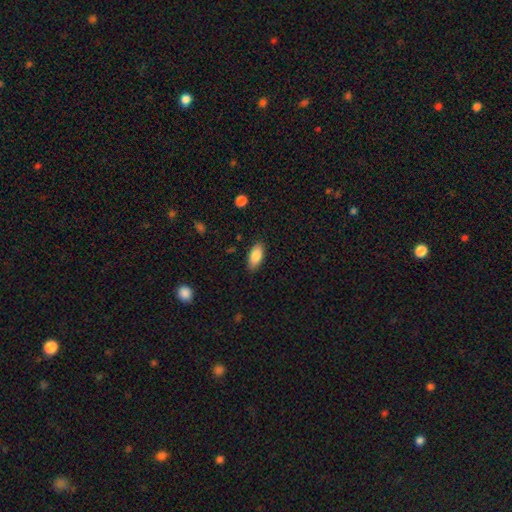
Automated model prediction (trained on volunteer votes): Smooth or featured?
  - smooth: 84% *
  - featured or disk: 9%
  - star or artifact: 7%
How rounded?
  - in between: 89% *
  - cigar-shaped: 9%
  - round: 3%
Merging?
  - none: 85% *
  - minor disturbance: 11%
  - major disturbance: 2%
  - merger: 1%